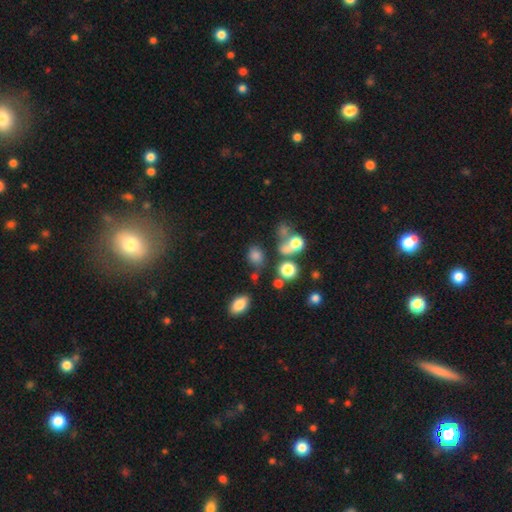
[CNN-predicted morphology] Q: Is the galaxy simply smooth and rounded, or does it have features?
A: smooth — 76%.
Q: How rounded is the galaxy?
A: in between — 53%.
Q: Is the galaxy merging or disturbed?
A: none — 56%.